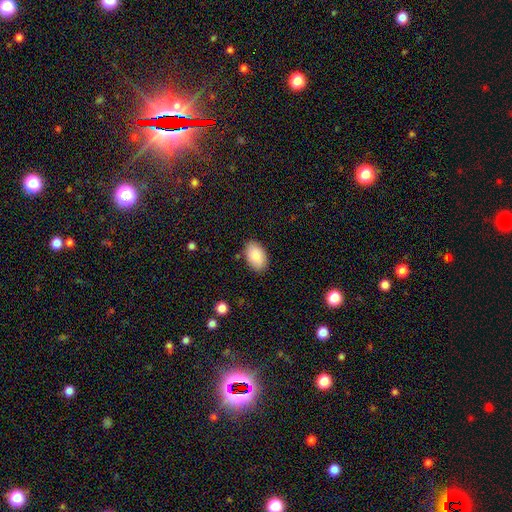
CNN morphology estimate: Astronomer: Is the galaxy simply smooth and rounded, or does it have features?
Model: smooth — 86%.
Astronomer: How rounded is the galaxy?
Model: in between — 92%.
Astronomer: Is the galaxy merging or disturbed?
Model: none — 85%.